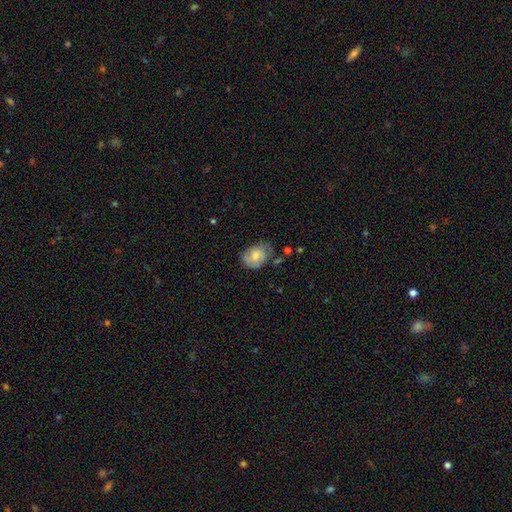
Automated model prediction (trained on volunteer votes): Q: Smooth or featured?
A: smooth (66%); runner-up: featured or disk (27%)
Q: How rounded?
A: in between (67%); runner-up: round (32%)
Q: Merging?
A: none (53%); runner-up: minor disturbance (33%)